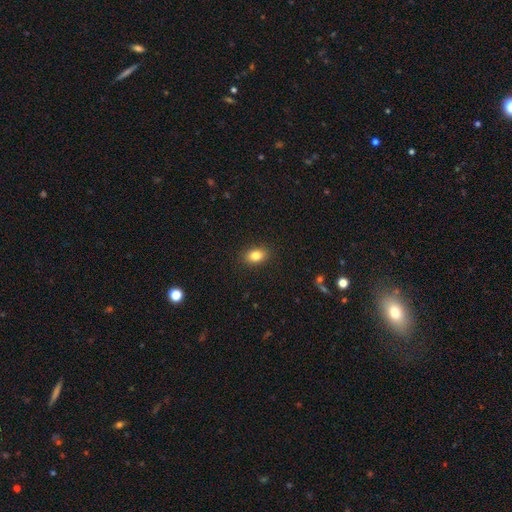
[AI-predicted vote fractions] Q: Smooth or featured?
A: smooth (83%); runner-up: star or artifact (10%)
Q: How rounded?
A: in between (77%); runner-up: round (22%)
Q: Merging?
A: none (89%); runner-up: minor disturbance (8%)